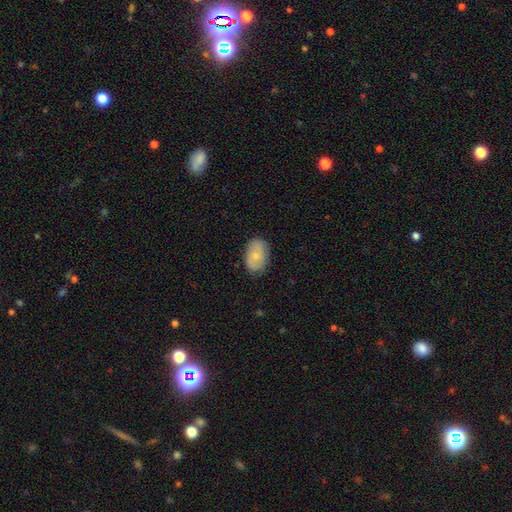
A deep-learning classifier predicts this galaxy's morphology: type=smooth (68%); roundness=in between (84%); merging=none (81%).